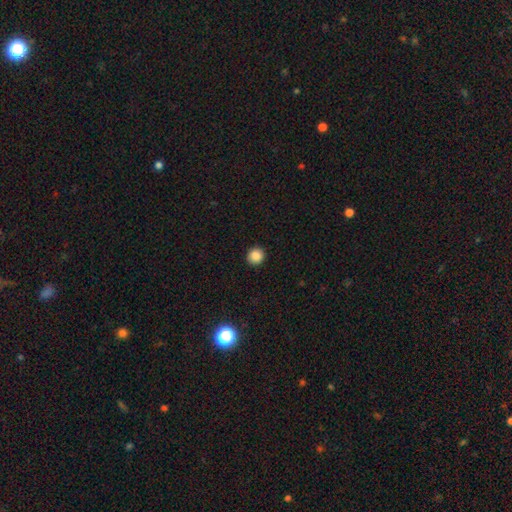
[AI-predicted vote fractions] A smooth galaxy with no disk features (87%) that is round (93%). Merging: none (93%).